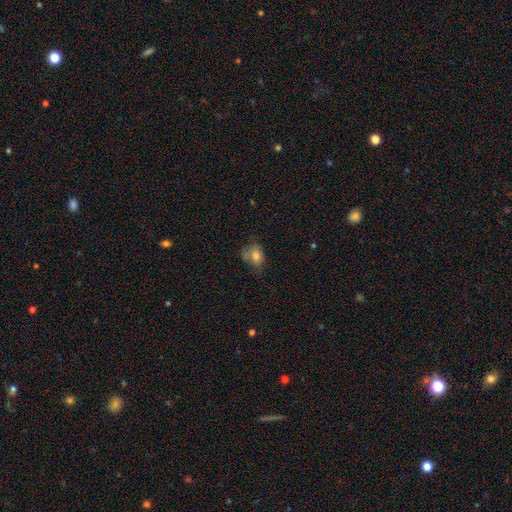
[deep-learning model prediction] A smooth galaxy with no disk features (75%) that is in between round and cigar-shaped (53%).

Vote fractions:
- Smooth or featured? smooth: 75% / featured or disk: 14% / star or artifact: 10%
- How rounded? in between: 53% / round: 46% / cigar-shaped: 1%
- Merging? none: 47% / minor disturbance: 31% / major disturbance: 16% / merger: 6%